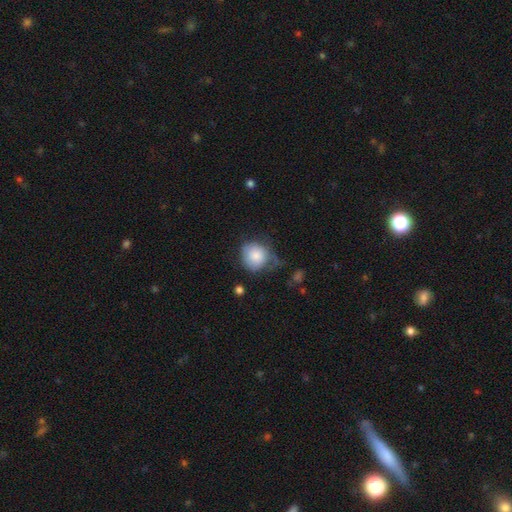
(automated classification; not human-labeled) The model was most divided on "merging": none: 41%, minor disturbance: 36%, major disturbance: 19%, merger: 4%. More confident: how rounded — round (81%); smooth or featured — smooth (80%).